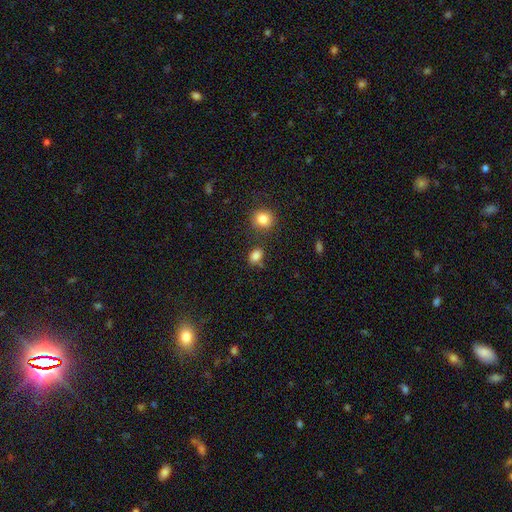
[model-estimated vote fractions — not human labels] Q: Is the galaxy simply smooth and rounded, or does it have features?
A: smooth — 84%.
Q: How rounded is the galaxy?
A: in between — 71%.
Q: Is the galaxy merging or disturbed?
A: none — 73%.